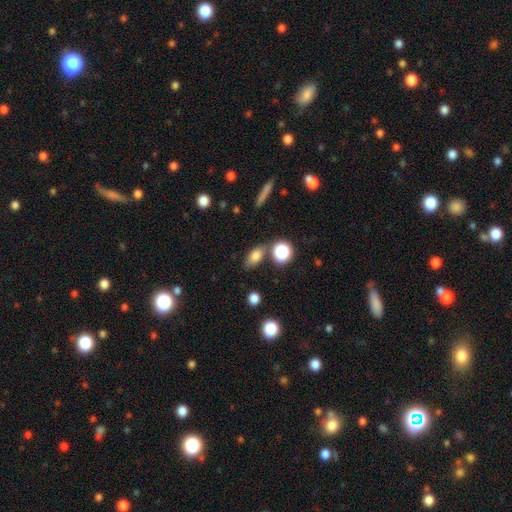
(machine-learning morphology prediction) Smooth or featured? smooth (77%)
How rounded? in between (79%)
Merging? none (72%)